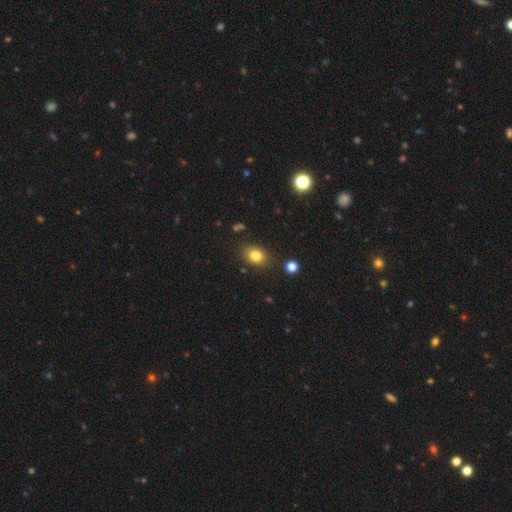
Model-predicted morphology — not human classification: smooth_or_featured: smooth (p=0.80) [alt: star or artifact p=0.12]
how_rounded: in between (p=0.64) [alt: round p=0.35]
merging: none (p=0.83) [alt: minor disturbance p=0.11]